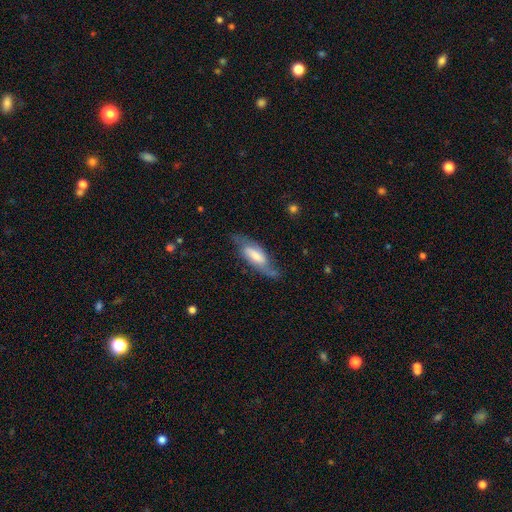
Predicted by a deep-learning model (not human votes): Overall: featured or disk (56%; smooth 37%). Edge-on disk: no (77%). Merging: none (65%).